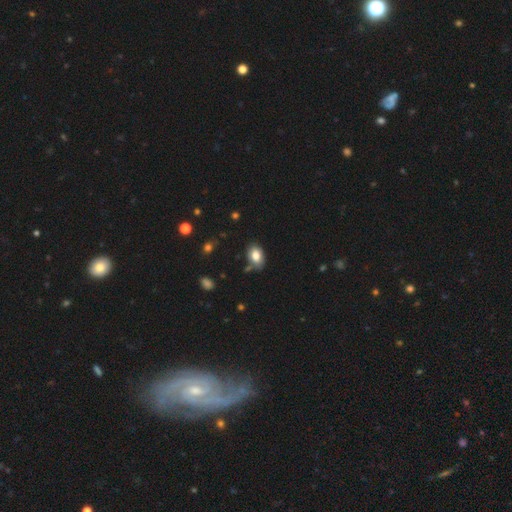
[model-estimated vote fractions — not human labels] Smooth or featured: smooth — 81% (featured or disk — 10%)
How rounded: in between — 86% (round — 13%)
Merging: none — 76% (minor disturbance — 16%)